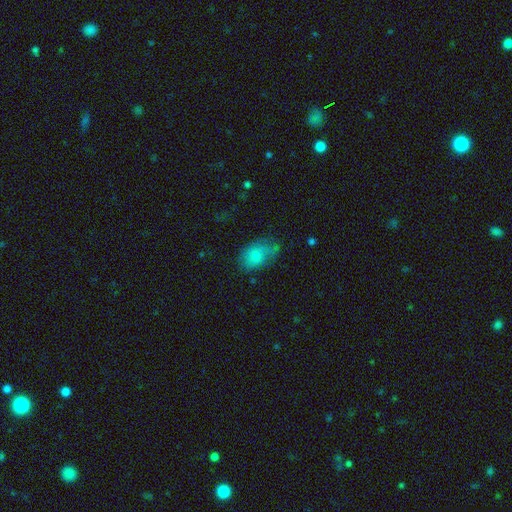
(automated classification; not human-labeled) A smooth galaxy with no disk features (75%) that is in between round and cigar-shaped (84%).

Vote fractions:
- Smooth or featured? smooth: 75% / featured or disk: 17% / star or artifact: 8%
- How rounded? in between: 84% / round: 14% / cigar-shaped: 1%
- Merging? none: 51% / minor disturbance: 32% / major disturbance: 14% / merger: 3%